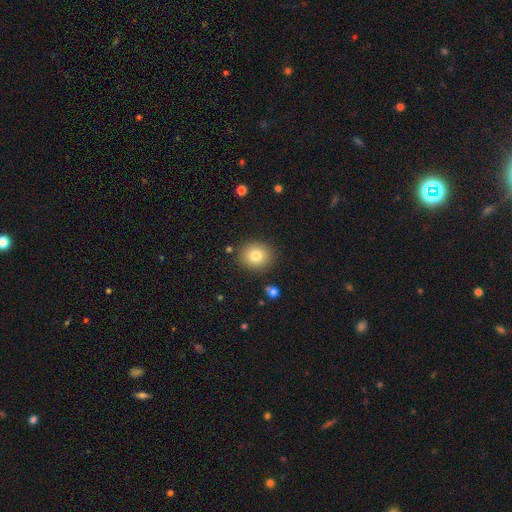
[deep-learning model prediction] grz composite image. It shows a smooth galaxy with no disk features (79%) that is round (80%). Merging: none (87%).